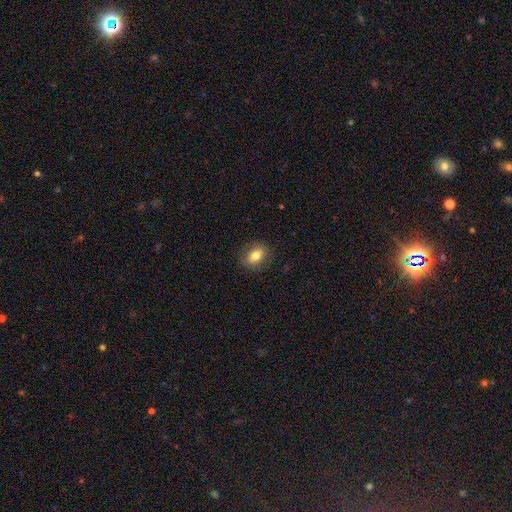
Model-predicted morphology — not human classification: This appears to be a smooth galaxy with no disk features (75%) that is in between round and cigar-shaped (72%). Merging: none (85%).